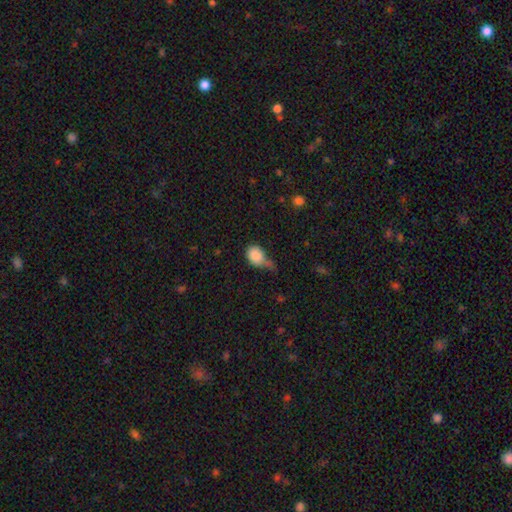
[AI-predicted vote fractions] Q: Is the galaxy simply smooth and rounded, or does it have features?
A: smooth — 84%.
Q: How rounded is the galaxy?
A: in between — 51%.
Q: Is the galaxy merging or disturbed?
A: minor disturbance — 35%.